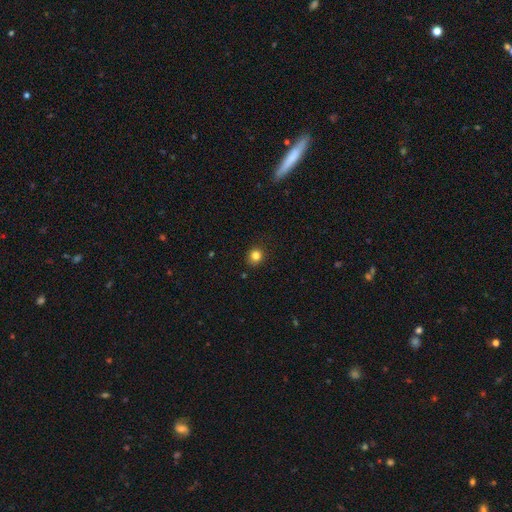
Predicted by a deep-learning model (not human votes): smooth-or-featured: smooth: 82% | star or artifact: 13% | featured or disk: 5%
  how-rounded: round: 88% | in between: 11% | cigar-shaped: 1%
  merging: none: 89% | minor disturbance: 8% | major disturbance: 2% | merger: 1%